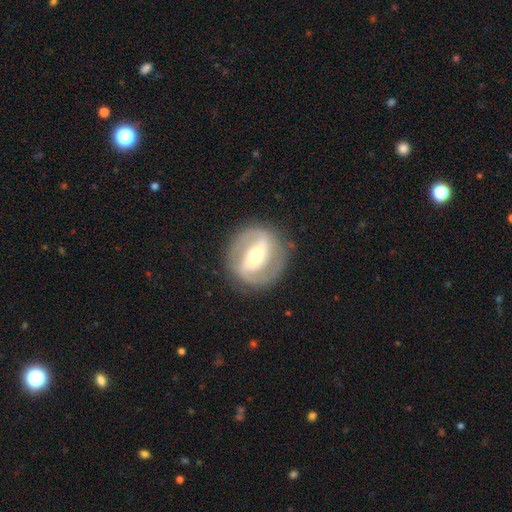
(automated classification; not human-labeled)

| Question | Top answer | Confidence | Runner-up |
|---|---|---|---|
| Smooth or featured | featured or disk | 81% | smooth (14%) |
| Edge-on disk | no | 95% | yes (5%) |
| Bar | strong | 59% | weak (28%) |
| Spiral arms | yes | 84% | no (16%) |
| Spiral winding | medium | 43% | tight (39%) |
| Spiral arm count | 2 | 88% | can't tell (6%) |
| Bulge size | moderate | 62% | small (29%) |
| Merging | none | 84% | minor disturbance (10%) |